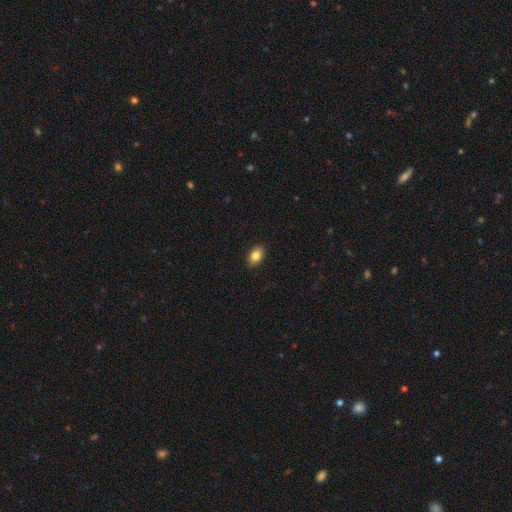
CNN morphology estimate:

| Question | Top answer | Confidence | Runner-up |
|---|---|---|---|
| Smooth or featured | smooth | 82% | featured or disk (10%) |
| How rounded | in between | 86% | round (12%) |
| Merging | none | 90% | minor disturbance (8%) |